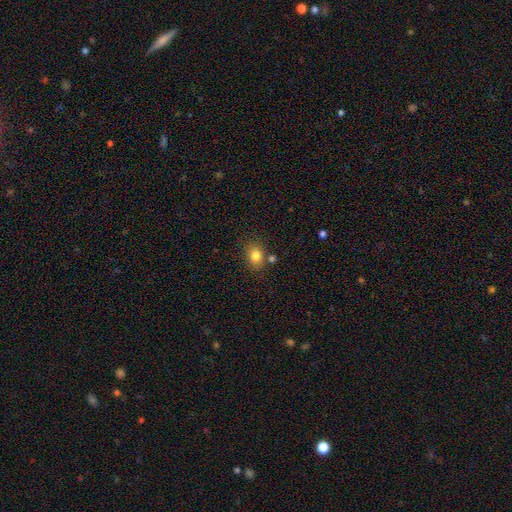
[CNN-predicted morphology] The model was most divided on "how rounded": in between: 57%, round: 42%, cigar-shaped: 1%. More confident: smooth or featured — smooth (82%); merging — none (74%).